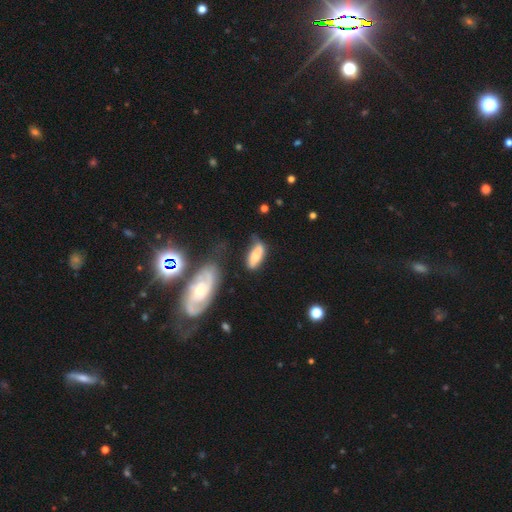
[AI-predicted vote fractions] Overall: smooth (63%; featured or disk 30%). How rounded: in between (77%). Merging: none (47%; minor disturbance 32%).